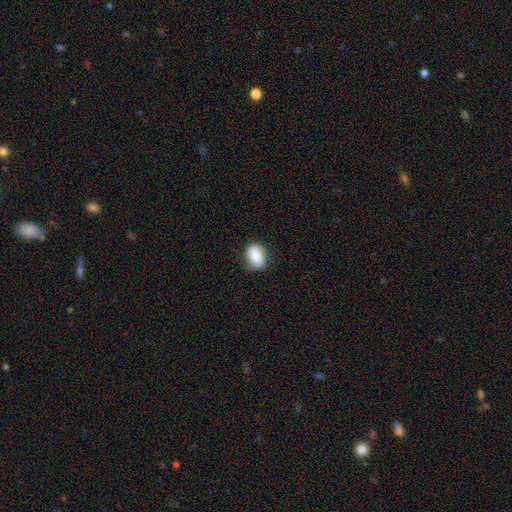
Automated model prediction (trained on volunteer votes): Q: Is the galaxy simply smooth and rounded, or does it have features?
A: smooth — 76%.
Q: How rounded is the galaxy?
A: in between — 75%.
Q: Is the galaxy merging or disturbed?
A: none — 76%.